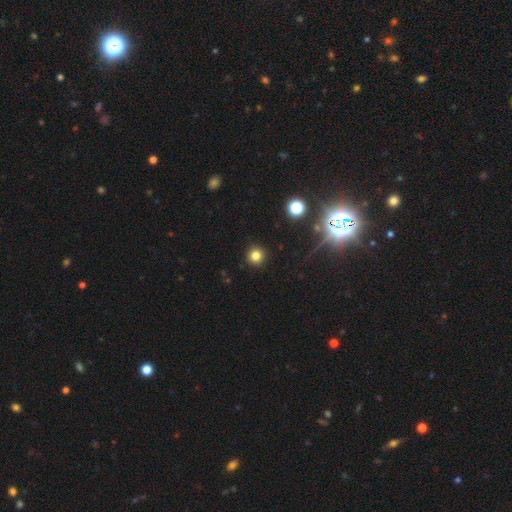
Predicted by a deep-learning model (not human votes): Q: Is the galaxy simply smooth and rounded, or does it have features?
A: smooth — 79%.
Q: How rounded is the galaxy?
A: round — 94%.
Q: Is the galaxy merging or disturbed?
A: none — 92%.